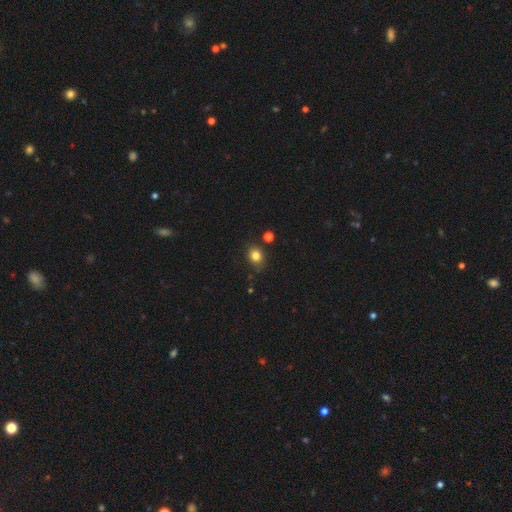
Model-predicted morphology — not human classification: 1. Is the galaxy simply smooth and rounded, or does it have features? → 82% smooth, 12% star or artifact, 6% featured or disk.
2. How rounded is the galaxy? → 65% round, 34% in between, 1% cigar-shaped.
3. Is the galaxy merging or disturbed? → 82% none, 11% minor disturbance, 4% merger, 3% major disturbance.